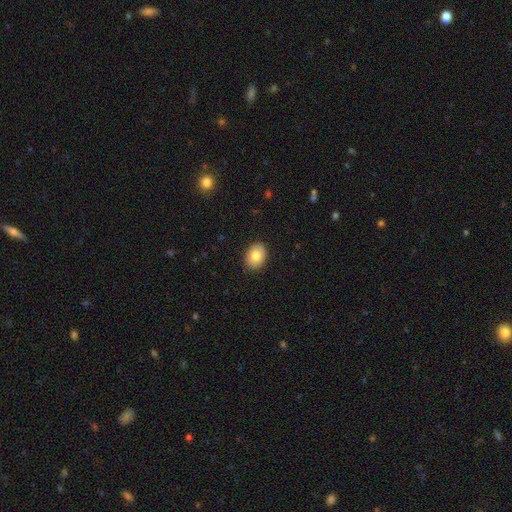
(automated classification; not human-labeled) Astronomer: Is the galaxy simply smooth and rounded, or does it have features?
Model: smooth — 82%.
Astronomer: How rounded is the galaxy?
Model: in between — 72%.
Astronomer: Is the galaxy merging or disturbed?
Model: none — 89%.